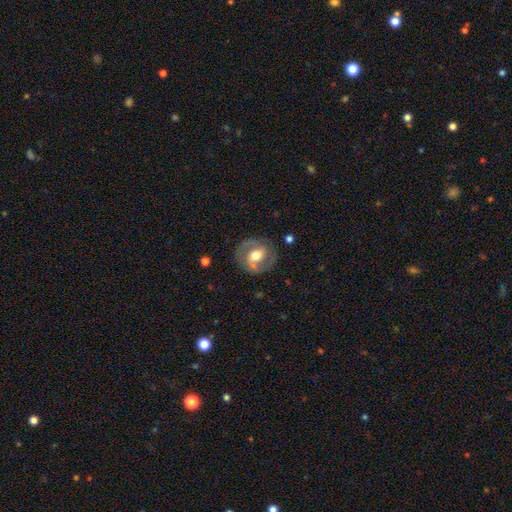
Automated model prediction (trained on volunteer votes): Smooth or featured?
  - featured or disk: 64% *
  - smooth: 29%
  - star or artifact: 6%
Edge-on disk?
  - no: 96% *
  - yes: 4%
Bar?
  - weak: 40% *
  - no: 38%
  - strong: 22%
Spiral arms?
  - yes: 72% *
  - no: 28%
Bulge size?
  - moderate: 66% *
  - large: 22%
  - small: 9%
  - dominant: 2%
  - none: 1%
Merging?
  - none: 79% *
  - minor disturbance: 13%
  - major disturbance: 6%
  - merger: 2%